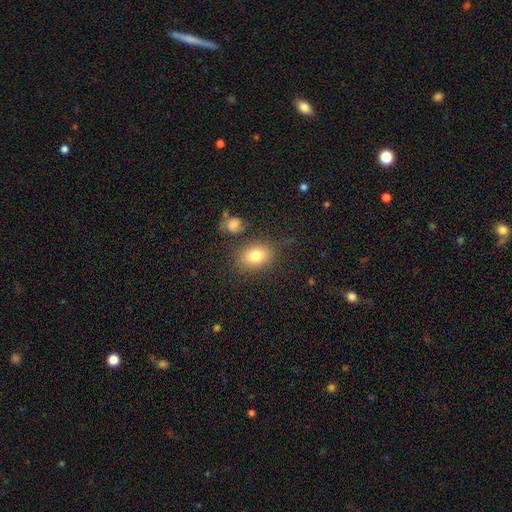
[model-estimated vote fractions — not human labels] Morphology: type=smooth (80%); roundness=in between (71%); merging=none (77%).